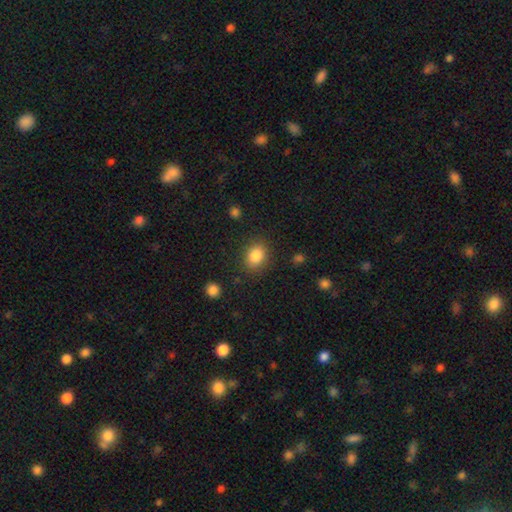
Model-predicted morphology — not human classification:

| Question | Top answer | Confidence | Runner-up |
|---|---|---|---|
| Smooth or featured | smooth | 85% | star or artifact (9%) |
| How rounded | in between | 62% | round (37%) |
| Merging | none | 84% | minor disturbance (10%) |